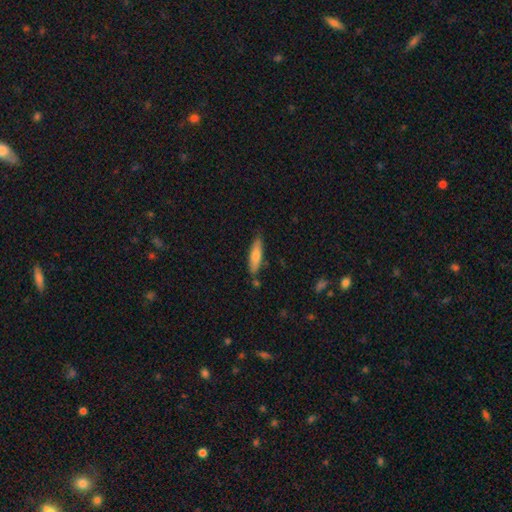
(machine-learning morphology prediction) A smooth galaxy with no disk features (69%) that is cigar-shaped (70%).

Vote fractions:
- Smooth or featured? smooth: 69% / featured or disk: 25% / star or artifact: 6%
- How rounded? cigar-shaped: 70% / in between: 28% / round: 2%
- Merging? none: 79% / minor disturbance: 15% / merger: 4% / major disturbance: 2%